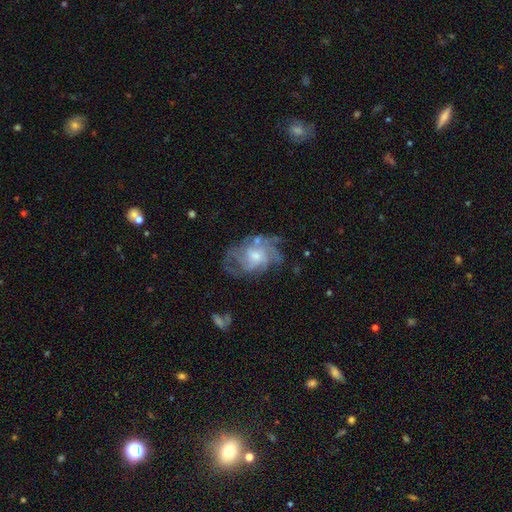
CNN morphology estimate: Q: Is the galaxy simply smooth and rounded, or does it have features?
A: featured or disk — 76%.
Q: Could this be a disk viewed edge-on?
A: no — 97%.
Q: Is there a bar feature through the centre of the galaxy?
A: no — 67%.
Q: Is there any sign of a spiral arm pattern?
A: yes — 84%.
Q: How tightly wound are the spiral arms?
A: medium — 41%.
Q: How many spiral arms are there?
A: can't tell — 42%.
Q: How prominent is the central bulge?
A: moderate — 48%.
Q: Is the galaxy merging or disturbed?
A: none — 55%.